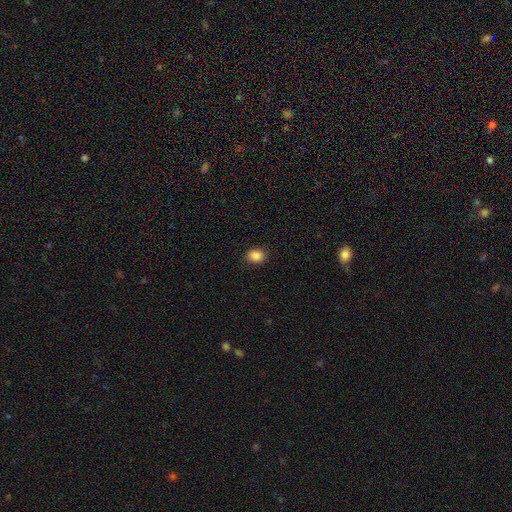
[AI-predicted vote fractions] smooth-or-featured: smooth: 87% | star or artifact: 9% | featured or disk: 4%
  how-rounded: in between: 54% | round: 45% | cigar-shaped: 1%
  merging: none: 89% | minor disturbance: 8% | major disturbance: 2% | merger: 1%